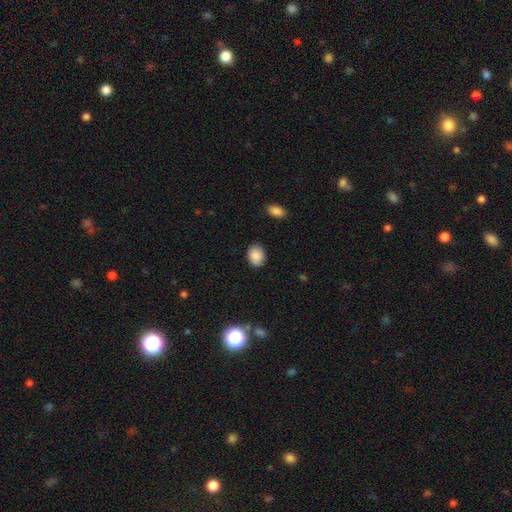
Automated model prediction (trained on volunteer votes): smooth 88%, star or artifact 8%, featured or disk 4%. Down the decision tree: how rounded — in between (66%); merging — none (87%).